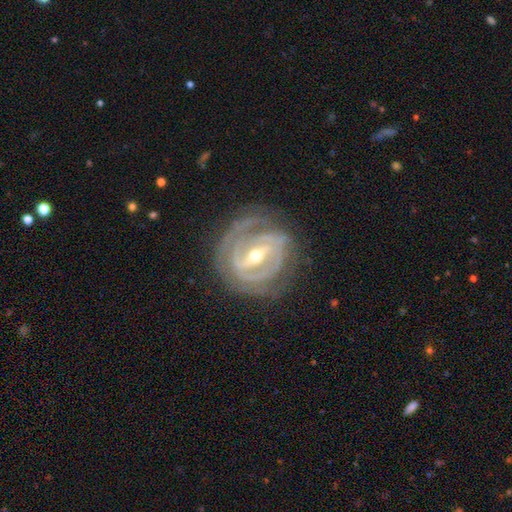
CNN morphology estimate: Q: Smooth or featured?
A: featured or disk (89%); runner-up: smooth (6%)
Q: Edge-on disk?
A: no (95%); runner-up: yes (5%)
Q: Bar?
A: strong (62%); runner-up: weak (29%)
Q: Spiral arms?
A: yes (93%); runner-up: no (7%)
Q: Spiral winding?
A: tight (72%); runner-up: medium (23%)
Q: Spiral arm count?
A: 2 (38%); runner-up: can't tell (25%)
Q: Bulge size?
A: moderate (54%); runner-up: small (42%)
Q: Merging?
A: none (74%); runner-up: minor disturbance (16%)